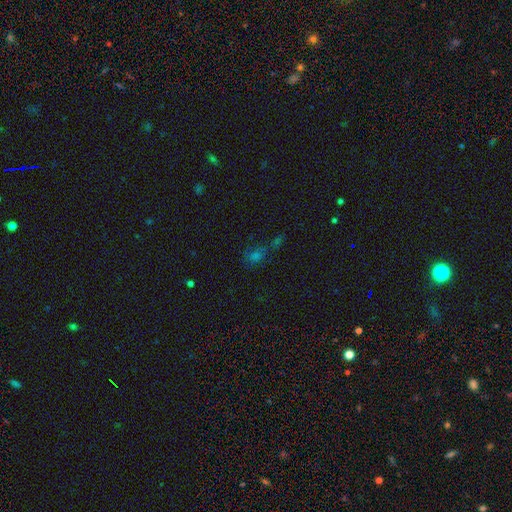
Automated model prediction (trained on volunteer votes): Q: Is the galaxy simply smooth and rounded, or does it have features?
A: star or artifact — 44%.